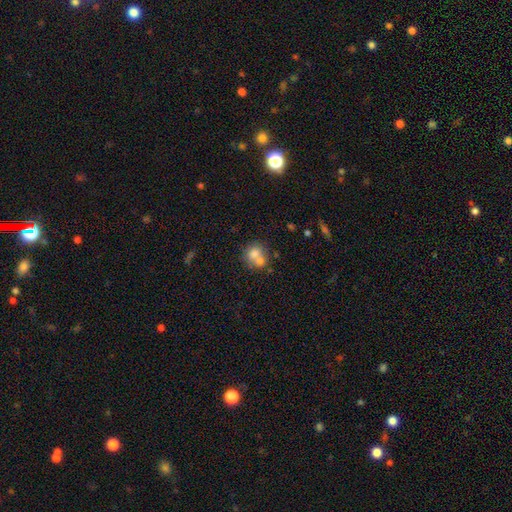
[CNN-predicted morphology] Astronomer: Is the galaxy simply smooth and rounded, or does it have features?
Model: smooth — 71%.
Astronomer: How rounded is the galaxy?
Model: round — 76%.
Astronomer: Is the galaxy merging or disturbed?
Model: merger — 53% (runner-up: none, 36%).